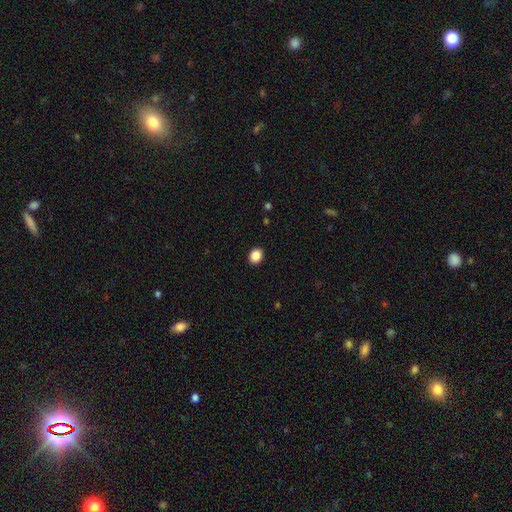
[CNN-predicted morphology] Smooth or featured? Predicted: smooth (p=0.87). How rounded? Predicted: round (p=0.63). Merging? Predicted: none (p=0.92).